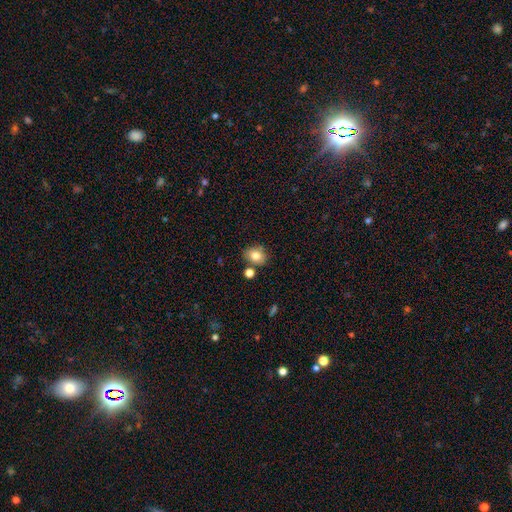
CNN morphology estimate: Smooth or featured?
  - smooth: 80% *
  - star or artifact: 10%
  - featured or disk: 10%
How rounded?
  - in between: 53% *
  - round: 46%
  - cigar-shaped: 1%
Merging?
  - none: 73% *
  - minor disturbance: 13%
  - merger: 11%
  - major disturbance: 3%